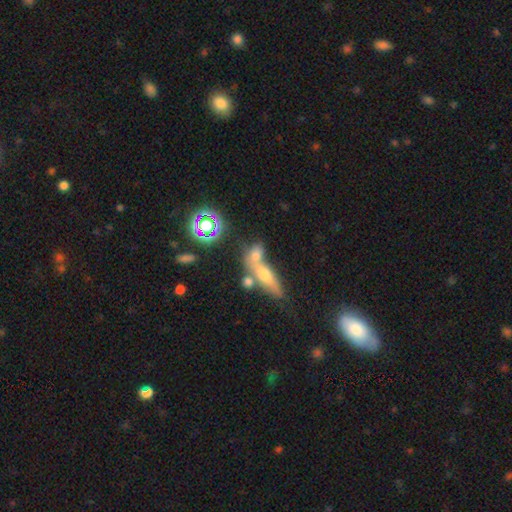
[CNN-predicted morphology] smooth-or-featured: smooth: 59% | featured or disk: 22% | star or artifact: 18%
  how-rounded: in between: 56% | cigar-shaped: 28% | round: 16%
  merging: merger: 49% | none: 35% | minor disturbance: 9% | major disturbance: 6%